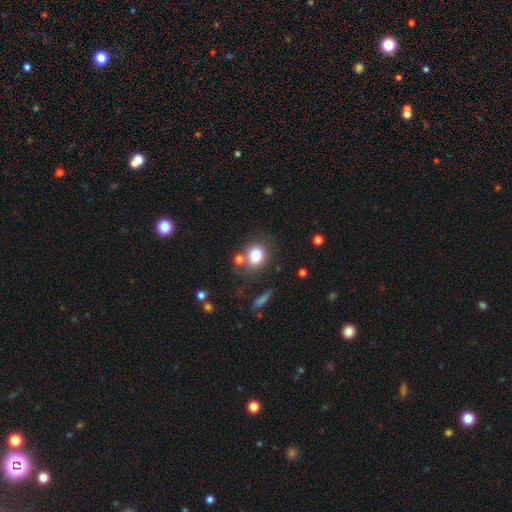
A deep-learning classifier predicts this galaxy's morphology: Smooth or featured: smooth — 82% (star or artifact — 10%)
How rounded: in between — 51% (round — 48%)
Merging: none — 65% (merger — 15%)